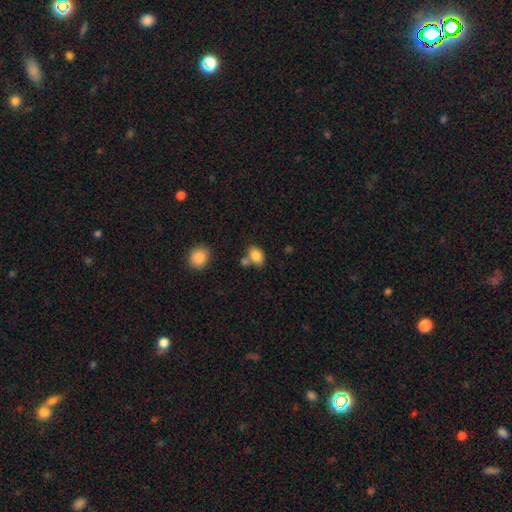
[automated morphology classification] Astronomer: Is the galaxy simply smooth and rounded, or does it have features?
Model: smooth — 84%.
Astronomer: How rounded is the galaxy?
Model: in between — 73%.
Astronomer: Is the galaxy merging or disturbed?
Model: none — 57%.